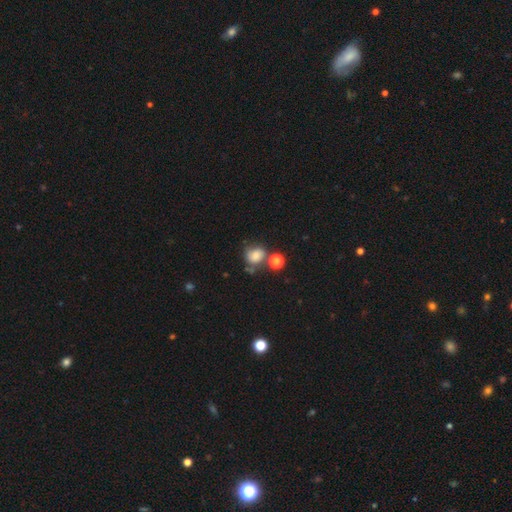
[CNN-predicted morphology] The model was most divided on "merging": none: 47%, merger: 23%, minor disturbance: 20%, major disturbance: 10%. More confident: smooth or featured — smooth (73%); how rounded — round (66%).